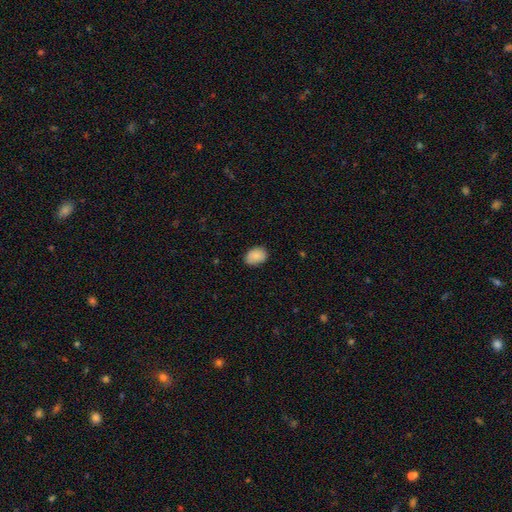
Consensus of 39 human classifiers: A smooth galaxy with no disk features (90%) that is in between round and cigar-shaped (94%).

Vote fractions:
- Smooth or featured? smooth: 90% / star or artifact: 10% / featured or disk: 0%
- How rounded? in between: 94% / round: 6% / cigar-shaped: 0%
- Merging? none: 89% / minor disturbance: 11% / major disturbance: 0% / merger: 0%